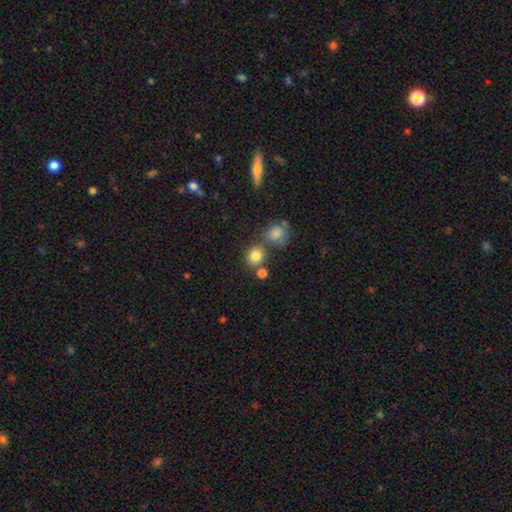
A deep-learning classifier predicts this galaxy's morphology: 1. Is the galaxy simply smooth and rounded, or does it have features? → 81% smooth, 12% star or artifact, 7% featured or disk.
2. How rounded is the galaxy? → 80% round, 19% in between, 1% cigar-shaped.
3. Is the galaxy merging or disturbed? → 64% none, 22% merger, 11% minor disturbance, 4% major disturbance.